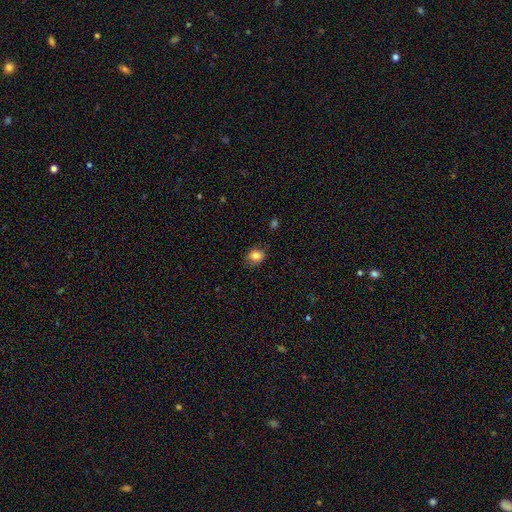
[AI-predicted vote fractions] Q: Smooth or featured?
A: smooth (83%); runner-up: star or artifact (10%)
Q: How rounded?
A: round (60%); runner-up: in between (39%)
Q: Merging?
A: none (81%); runner-up: minor disturbance (15%)